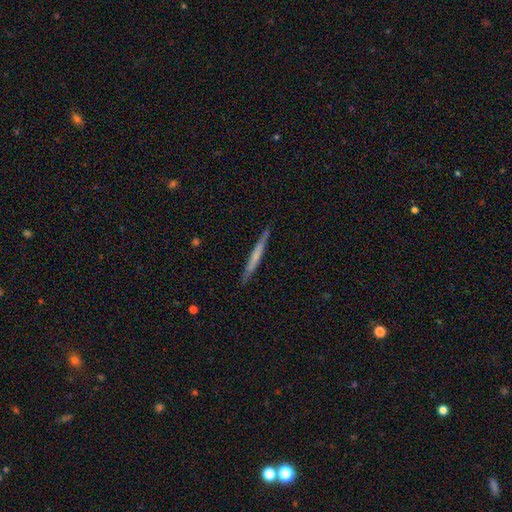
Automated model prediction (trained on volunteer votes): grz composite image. It shows a smooth galaxy with no disk features (53%) that is cigar-shaped (97%). Merging: none (90%).